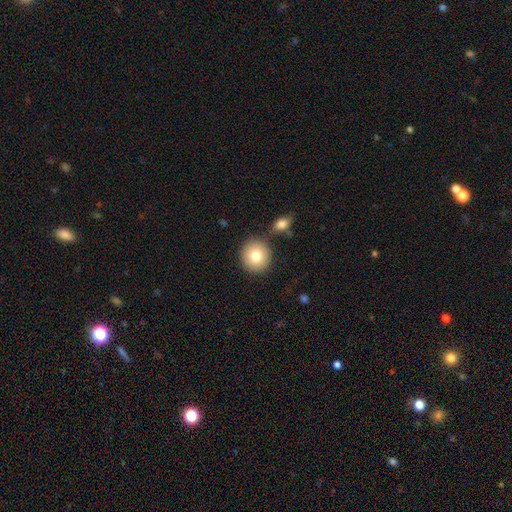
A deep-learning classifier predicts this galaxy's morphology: type=smooth (79%); roundness=round (92%); merging=none (80%).